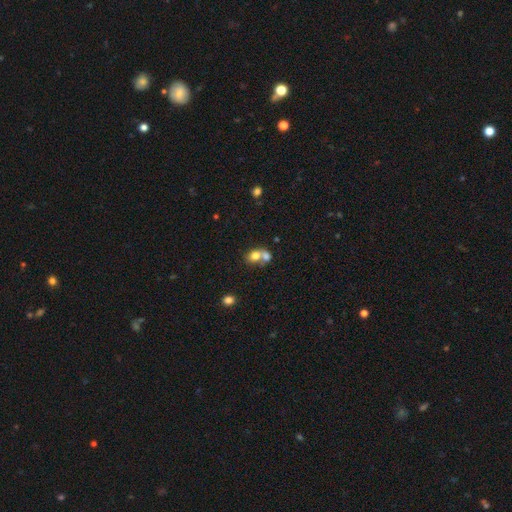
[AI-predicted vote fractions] Morphology: type=smooth (72%); roundness=round (52%); merging=merger (65%).